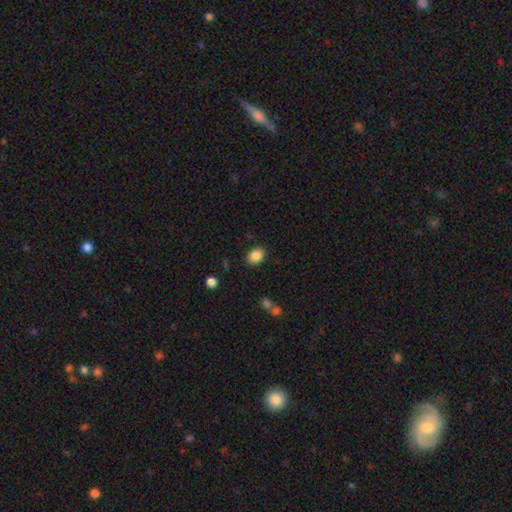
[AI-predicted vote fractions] A smooth galaxy with no disk features (87%) that is in between round and cigar-shaped (74%).

Vote fractions:
- Smooth or featured? smooth: 87% / star or artifact: 9% / featured or disk: 5%
- How rounded? in between: 74% / round: 25% / cigar-shaped: 1%
- Merging? none: 85% / minor disturbance: 10% / major disturbance: 3% / merger: 2%